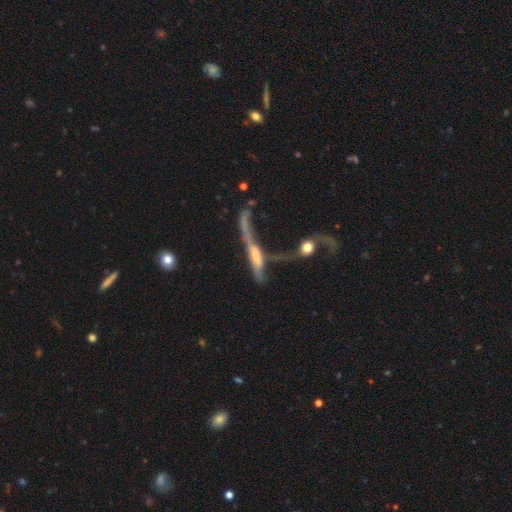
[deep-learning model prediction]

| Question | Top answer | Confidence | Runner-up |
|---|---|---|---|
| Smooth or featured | featured or disk | 53% | smooth (37%) |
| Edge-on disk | no | 53% | yes (47%) |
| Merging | merger | 54% | major disturbance (26%) |